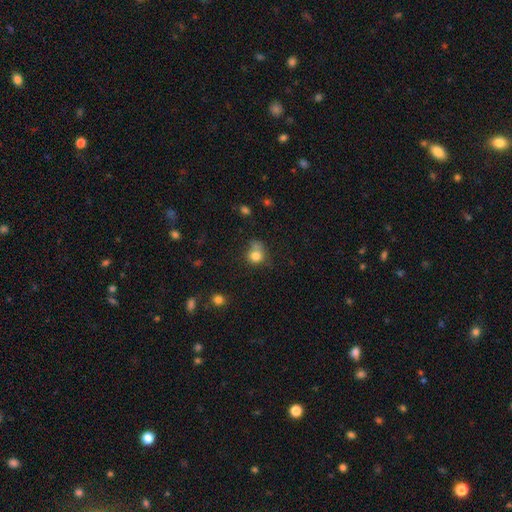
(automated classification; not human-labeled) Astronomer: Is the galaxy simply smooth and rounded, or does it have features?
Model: smooth — 79%.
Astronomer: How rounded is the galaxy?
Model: round — 74%.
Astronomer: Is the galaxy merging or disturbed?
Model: none — 45% (runner-up: minor disturbance, 27%).